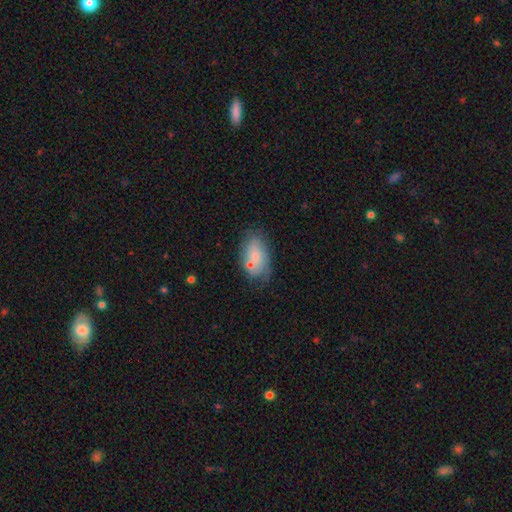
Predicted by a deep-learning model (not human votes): Smooth or featured: smooth — 64% (featured or disk — 28%)
How rounded: in between — 91% (round — 7%)
Merging: none — 54% (minor disturbance — 24%)